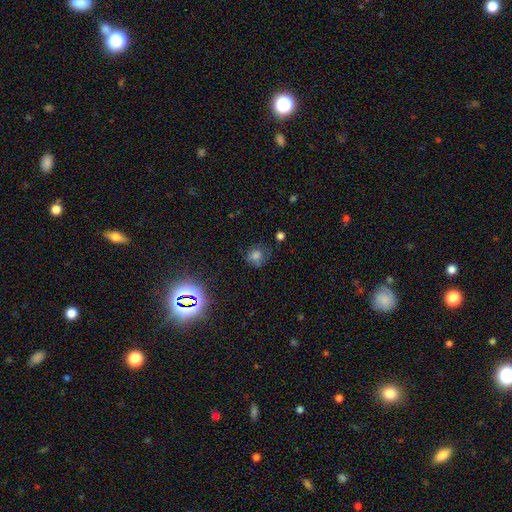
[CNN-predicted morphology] type=smooth (72%); roundness=round (75%); merging=none (63%).